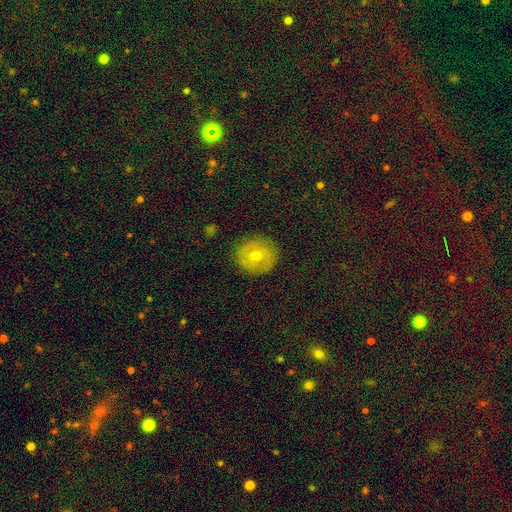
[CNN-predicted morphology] Smooth or featured: smooth — 51% (featured or disk — 36%)
How rounded: round — 87% (in between — 12%)
Merging: none — 87% (minor disturbance — 9%)